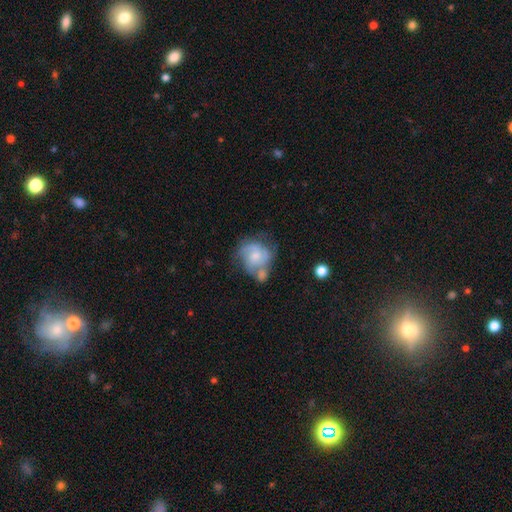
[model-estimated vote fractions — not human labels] Smooth or featured? Predicted: featured or disk (p=0.62). Edge-on disk? Predicted: no (p=0.98). Bar? Predicted: no (p=0.68). Spiral arms? Predicted: yes (p=0.84). Spiral winding? Predicted: medium (p=0.45). Spiral arm count? Predicted: 2 (p=0.43). Bulge size? Predicted: small (p=0.44). Merging? Predicted: none (p=0.34).